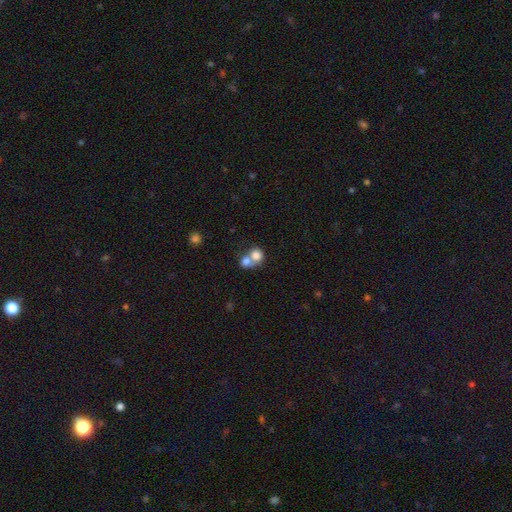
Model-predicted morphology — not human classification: smooth 77%, featured or disk 14%, star or artifact 10%. Down the decision tree: how rounded — round (76%); merging — merger (65%).